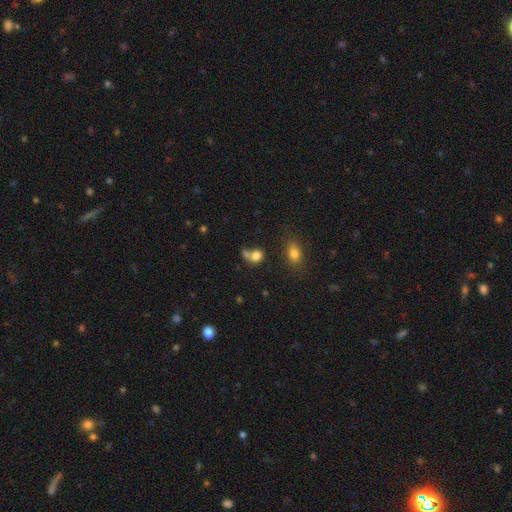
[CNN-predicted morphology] Smooth or featured? smooth (78%)
How rounded? round (60%)
Merging? merger (40%)